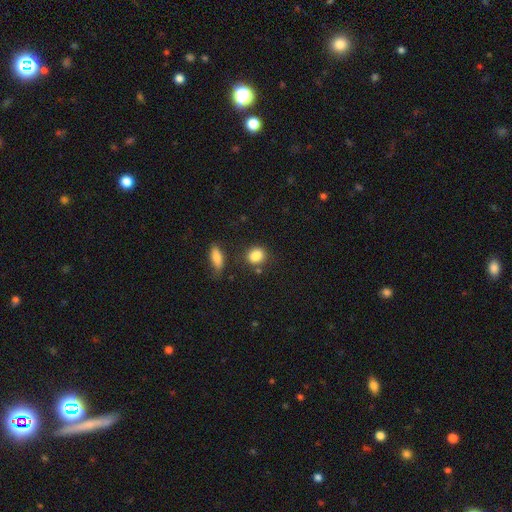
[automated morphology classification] smooth 86%, star or artifact 9%, featured or disk 5%. Down the decision tree: how rounded — round (49%, tied with in between); merging — none (71%).